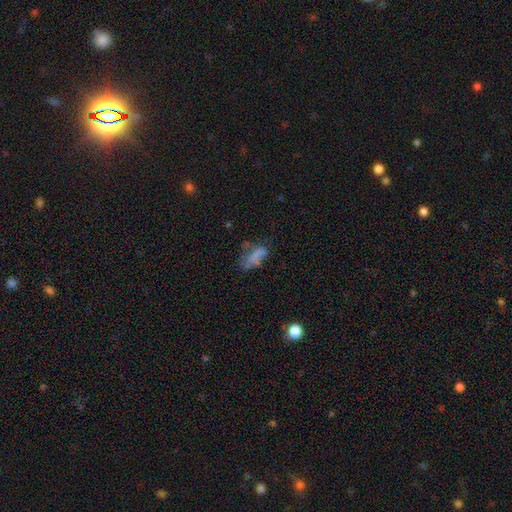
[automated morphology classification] Smooth or featured?
  - smooth: 59% *
  - featured or disk: 26%
  - star or artifact: 16%
How rounded?
  - in between: 80% *
  - cigar-shaped: 15%
  - round: 4%
Merging?
  - none: 34% *
  - major disturbance: 31%
  - minor disturbance: 27%
  - merger: 8%